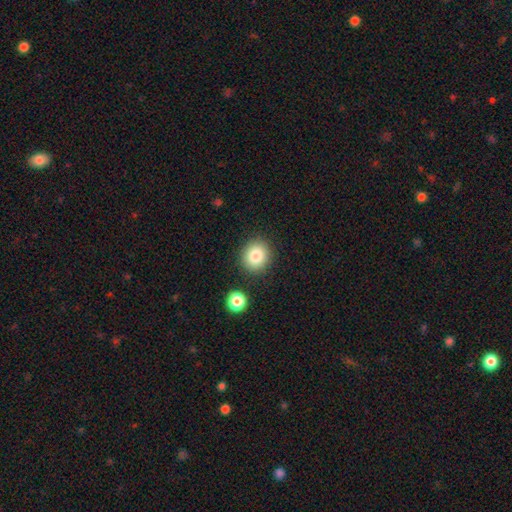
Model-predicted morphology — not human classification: Smooth or featured?
  - smooth: 83% *
  - star or artifact: 10%
  - featured or disk: 7%
How rounded?
  - round: 81% *
  - in between: 18%
  - cigar-shaped: 1%
Merging?
  - none: 85% *
  - minor disturbance: 8%
  - merger: 4%
  - major disturbance: 2%